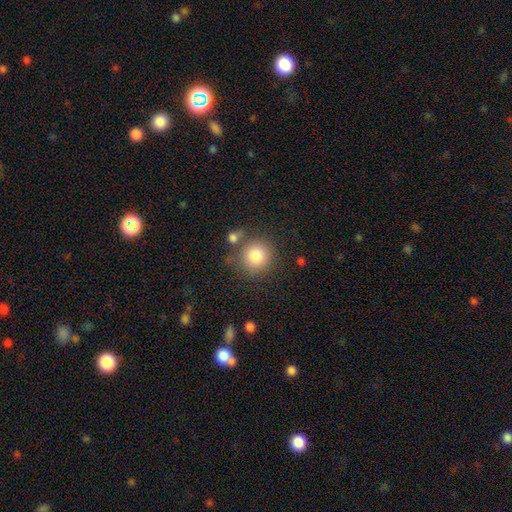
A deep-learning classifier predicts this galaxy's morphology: type=smooth (84%); roundness=round (91%); merging=none (74%).